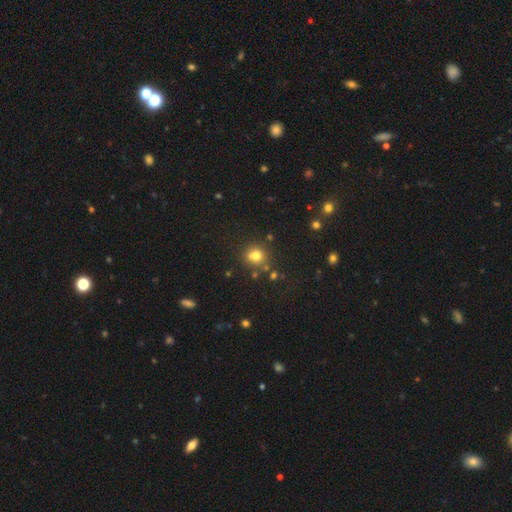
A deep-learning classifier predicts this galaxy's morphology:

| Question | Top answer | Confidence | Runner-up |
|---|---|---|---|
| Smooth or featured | smooth | 73% | star or artifact (17%) |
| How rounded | round | 82% | in between (17%) |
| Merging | none | 65% | merger (18%) |